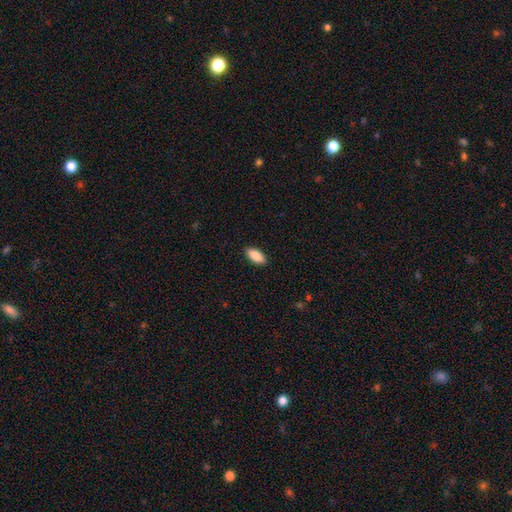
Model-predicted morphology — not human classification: Q: Smooth or featured?
A: smooth (89%); runner-up: star or artifact (6%)
Q: How rounded?
A: in between (90%); runner-up: cigar-shaped (8%)
Q: Merging?
A: none (90%); runner-up: minor disturbance (7%)